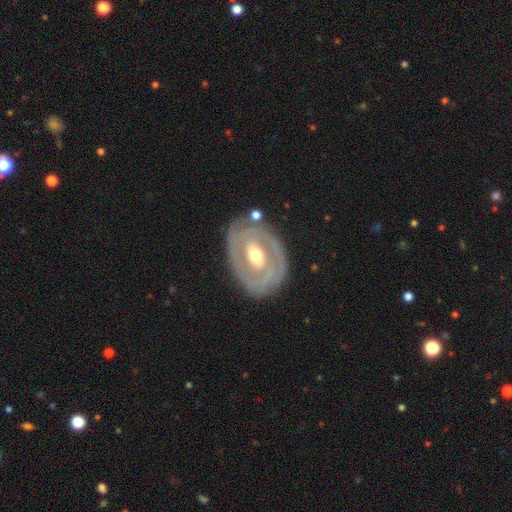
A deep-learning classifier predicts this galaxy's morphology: Smooth or featured? Predicted: featured or disk (p=0.82). Edge-on disk? Predicted: no (p=0.95). Bar? Predicted: weak (p=0.39). Spiral arms? Predicted: yes (p=0.74). Spiral winding? Predicted: tight (p=0.72). Spiral arm count? Predicted: 2 (p=0.50). Bulge size? Predicted: moderate (p=0.71). Merging? Predicted: none (p=0.76).